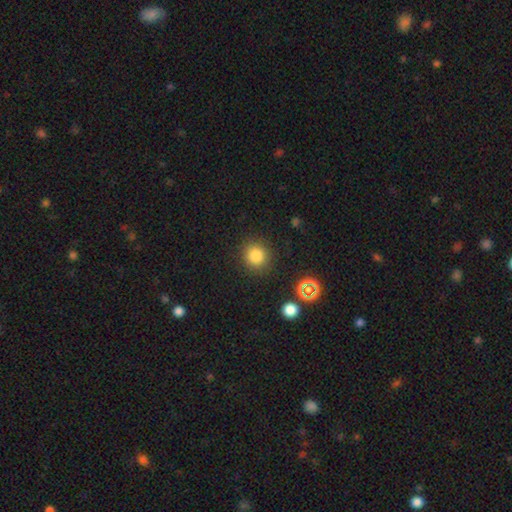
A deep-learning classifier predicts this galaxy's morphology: smooth_or_featured: smooth (p=0.82) [alt: star or artifact p=0.13]
how_rounded: round (p=0.89) [alt: in between p=0.10]
merging: none (p=0.88) [alt: minor disturbance p=0.07]